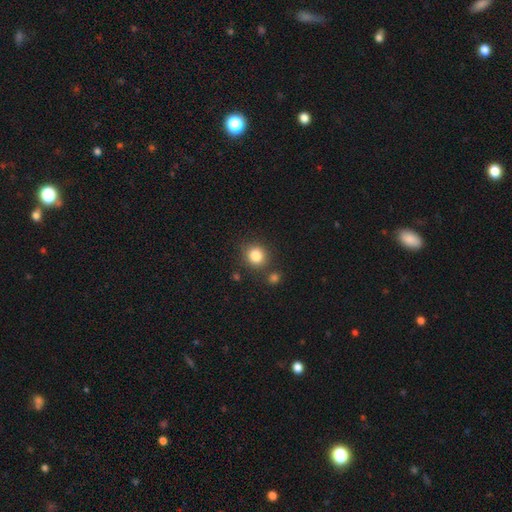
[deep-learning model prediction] smooth 83%, star or artifact 11%, featured or disk 6%. Down the decision tree: how rounded — round (85%); merging — none (78%).